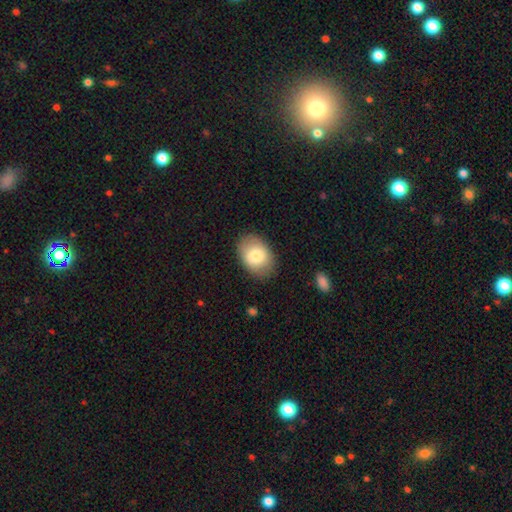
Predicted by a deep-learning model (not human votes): smooth-or-featured: smooth: 79% | featured or disk: 15% | star or artifact: 7%
  how-rounded: in between: 80% | round: 19% | cigar-shaped: 1%
  merging: none: 84% | minor disturbance: 12% | major disturbance: 3% | merger: 1%